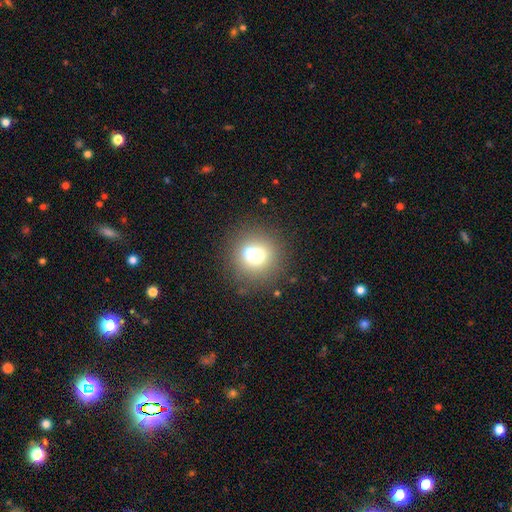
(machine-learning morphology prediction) Smooth or featured? smooth (65%)
How rounded? round (89%)
Merging? none (56%)